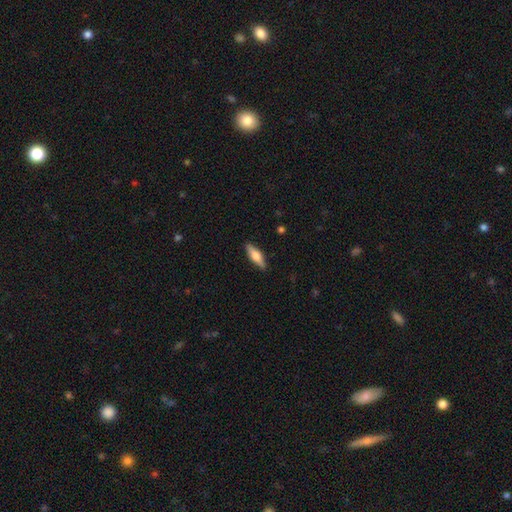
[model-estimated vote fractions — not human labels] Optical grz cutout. It shows a smooth galaxy with no disk features (61%) that is in between round and cigar-shaped (49%). Merging: none (88%).